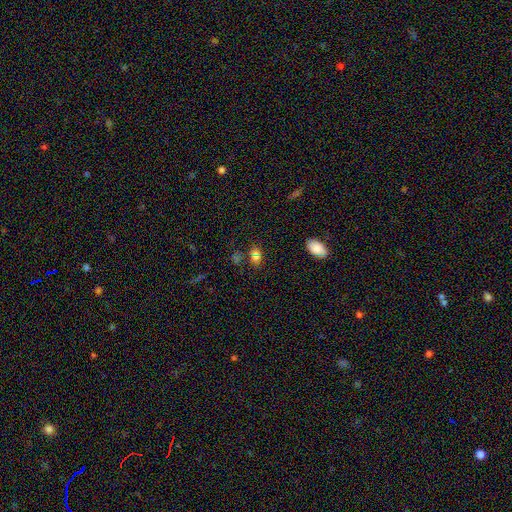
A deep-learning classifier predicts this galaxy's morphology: This is likely a smooth galaxy (65%). How rounded: possibly in between (57%). Merging: possibly none (55%).